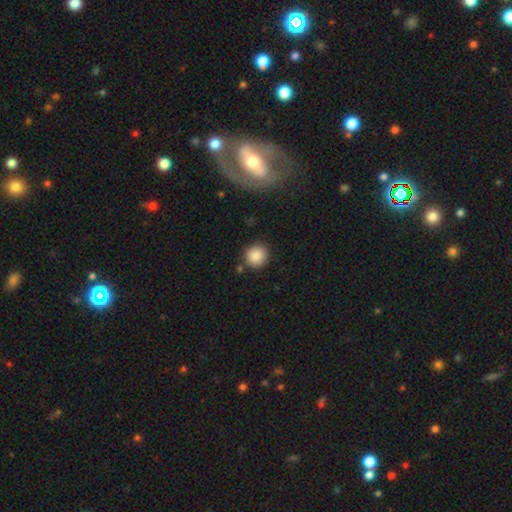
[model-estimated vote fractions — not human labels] smooth_or_featured: smooth (p=0.87) [alt: star or artifact p=0.09]
how_rounded: round (p=0.90) [alt: in between p=0.09]
merging: none (p=0.84) [alt: minor disturbance p=0.09]